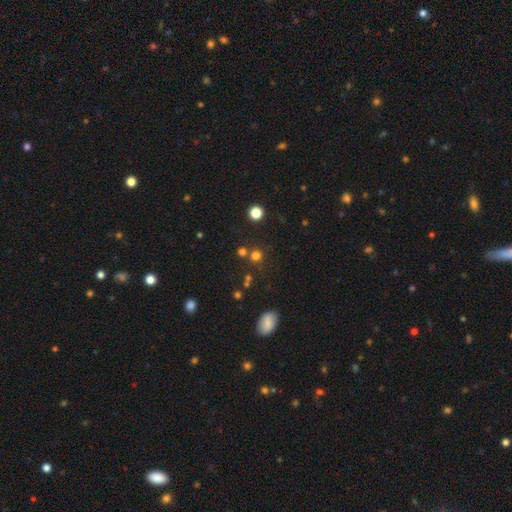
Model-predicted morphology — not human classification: This is likely a smooth galaxy (70%). How rounded: clearly round (90%). Merging: likely none (71%).